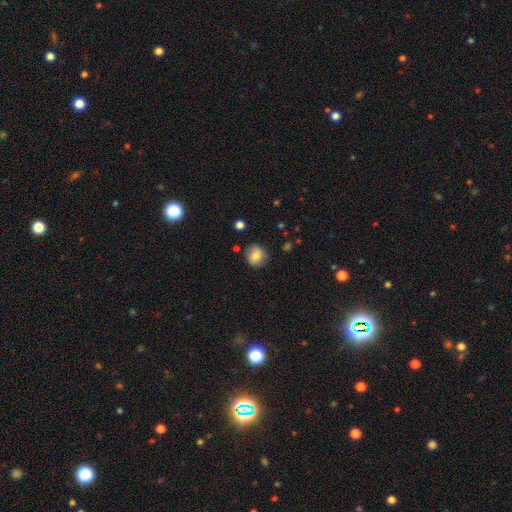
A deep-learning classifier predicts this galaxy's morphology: This appears to be a smooth galaxy with no disk features (79%) that is round (84%). Merging: none (77%).